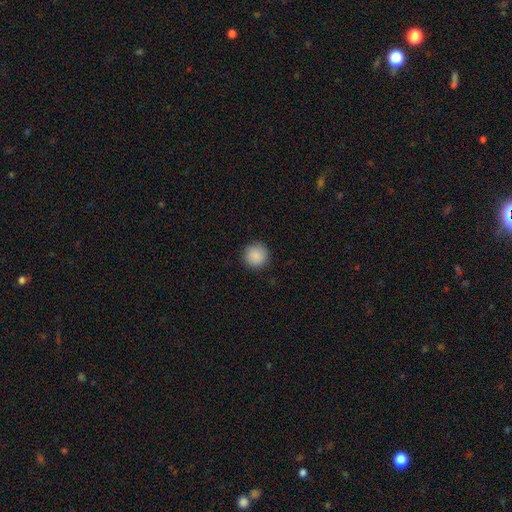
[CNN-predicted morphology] Q: Smooth or featured?
A: smooth (88%); runner-up: star or artifact (9%)
Q: How rounded?
A: round (95%); runner-up: in between (4%)
Q: Merging?
A: none (90%); runner-up: minor disturbance (7%)